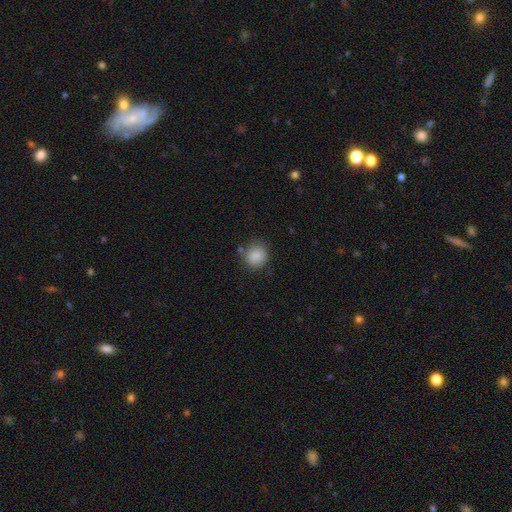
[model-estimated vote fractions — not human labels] smooth 87%, star or artifact 9%, featured or disk 4%. Down the decision tree: how rounded — round (83%); merging — none (77%).